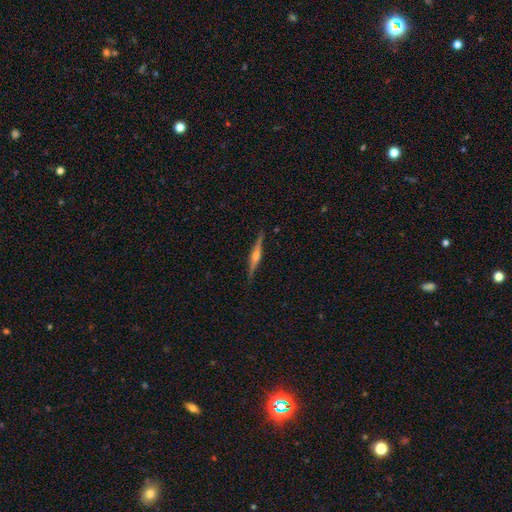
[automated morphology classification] A featured or disk galaxy (79%) viewed edge-on (98%) with a rounded central bulge (84%). Merging: none (89%).